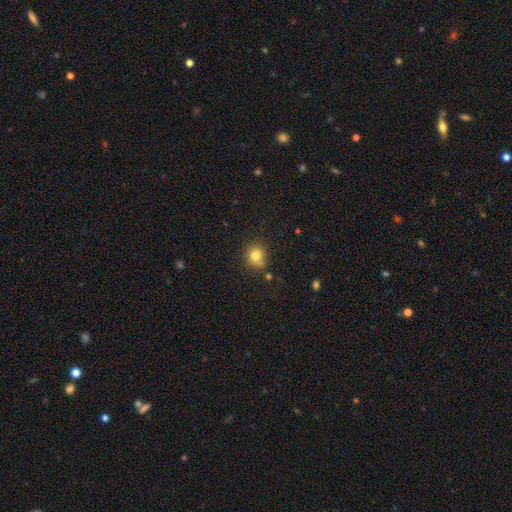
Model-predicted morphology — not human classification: smooth_or_featured: smooth (p=0.79) [alt: star or artifact p=0.12]
how_rounded: round (p=0.84) [alt: in between p=0.16]
merging: none (p=0.67) [alt: minor disturbance p=0.17]